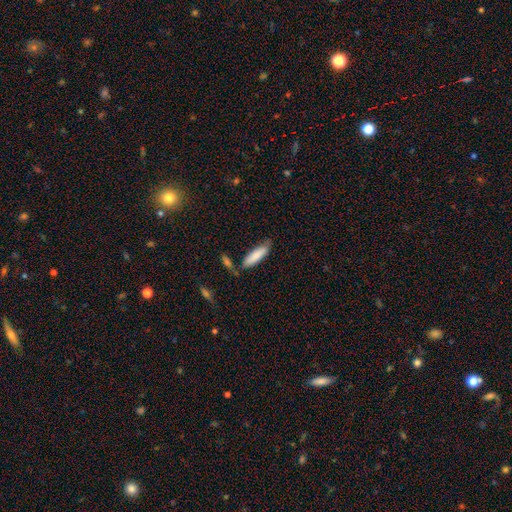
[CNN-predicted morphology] This is clearly a smooth galaxy (83%). How rounded: likely cigar-shaped (64%). Merging: likely none (66%).